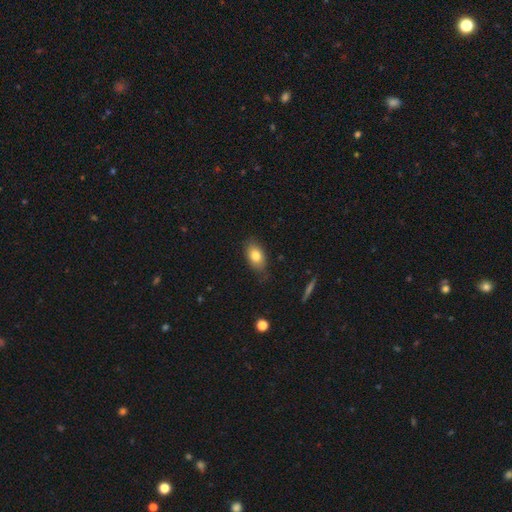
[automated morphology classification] A smooth galaxy with no disk features (79%) that is in between round and cigar-shaped (88%).

Vote fractions:
- Smooth or featured? smooth: 79% / featured or disk: 13% / star or artifact: 8%
- How rounded? in between: 88% / round: 9% / cigar-shaped: 2%
- Merging? none: 78% / minor disturbance: 18% / major disturbance: 3% / merger: 1%